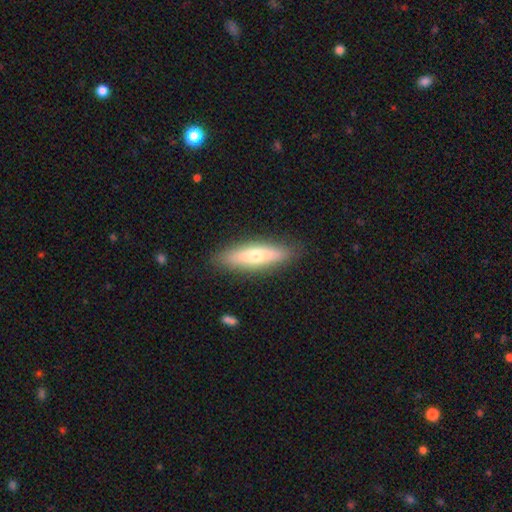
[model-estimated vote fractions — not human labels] A smooth galaxy with no disk features (59%) that is cigar-shaped (63%).

Vote fractions:
- Smooth or featured? smooth: 59% / featured or disk: 35% / star or artifact: 6%
- How rounded? cigar-shaped: 63% / in between: 35% / round: 2%
- Merging? none: 87% / minor disturbance: 9% / major disturbance: 2% / merger: 1%